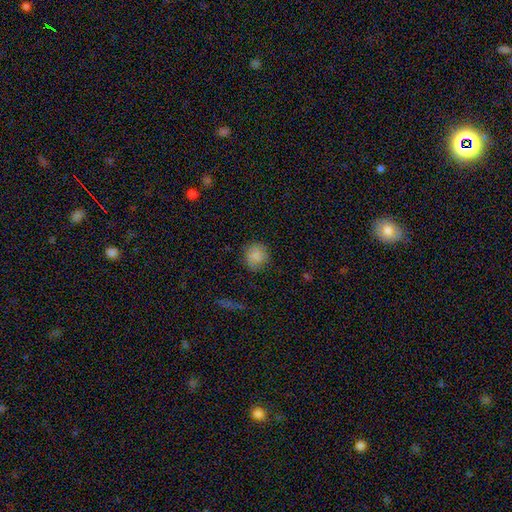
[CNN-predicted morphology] This is clearly a smooth galaxy (85%). How rounded: clearly round (87%). Merging: likely none (80%).